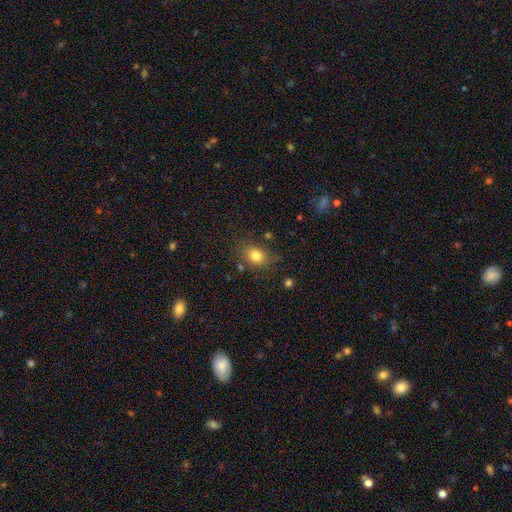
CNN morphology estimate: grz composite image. It shows a smooth galaxy with no disk features (81%) that is in between round and cigar-shaped (65%). Merging: none (76%).